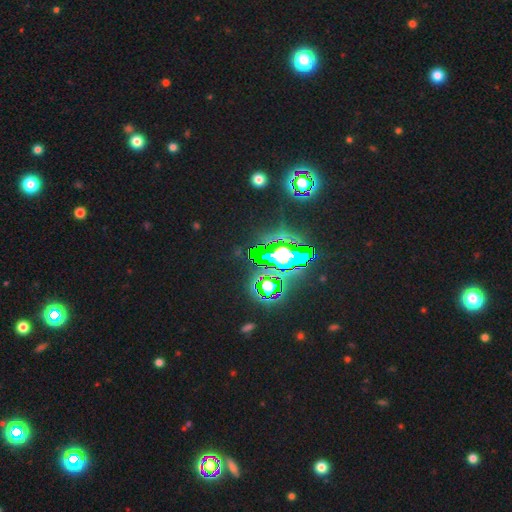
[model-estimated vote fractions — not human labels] Overall: star or artifact (83%).